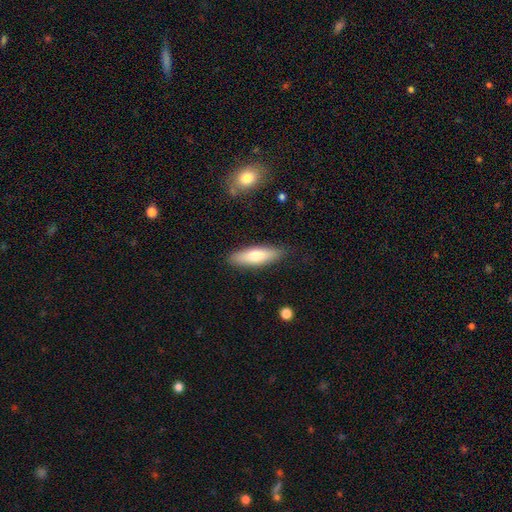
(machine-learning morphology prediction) type=smooth (70%); roundness=cigar-shaped (56%); merging=none (86%).